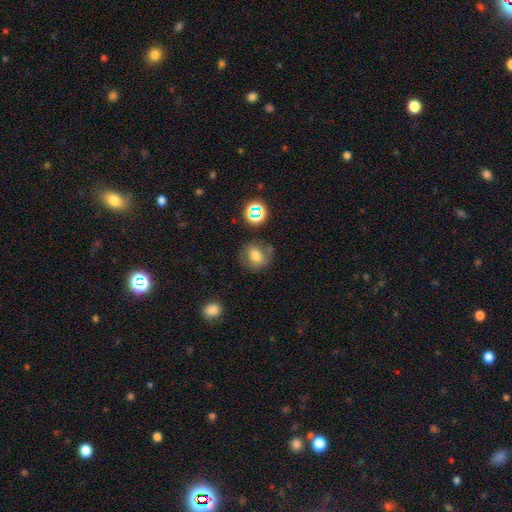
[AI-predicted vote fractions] Overall: smooth (65%). How rounded: round (66%; in between 33%). Merging: none (67%).